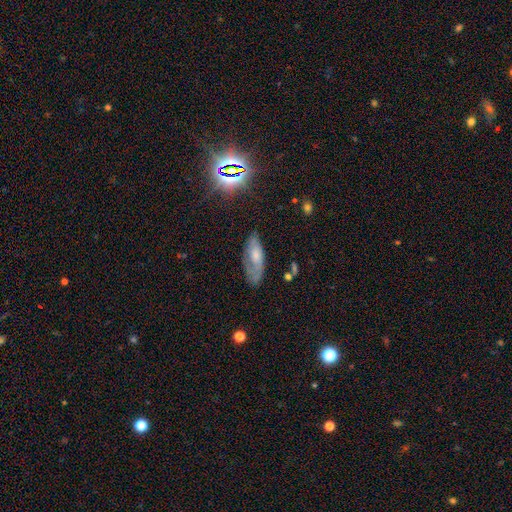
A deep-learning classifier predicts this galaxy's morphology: Overall: smooth (47%; featured or disk 41%). Merging: none (56%; minor disturbance 28%).